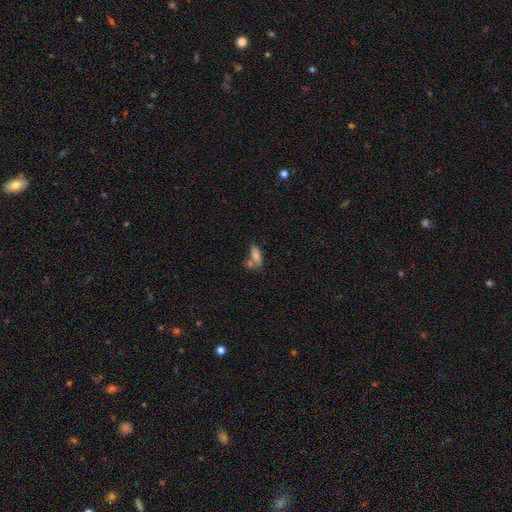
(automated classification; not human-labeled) Smooth or featured?
  - smooth: 78% *
  - featured or disk: 13%
  - star or artifact: 9%
How rounded?
  - in between: 76% *
  - cigar-shaped: 21%
  - round: 4%
Merging?
  - none: 45% *
  - merger: 33%
  - minor disturbance: 15%
  - major disturbance: 6%